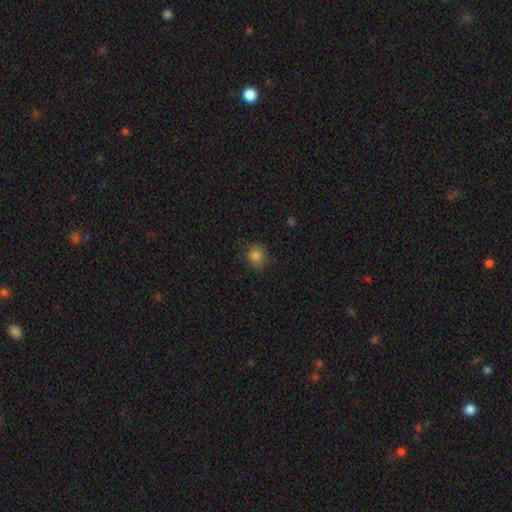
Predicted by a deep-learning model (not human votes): Smooth or featured? smooth (81%)
How rounded? round (76%)
Merging? none (79%)